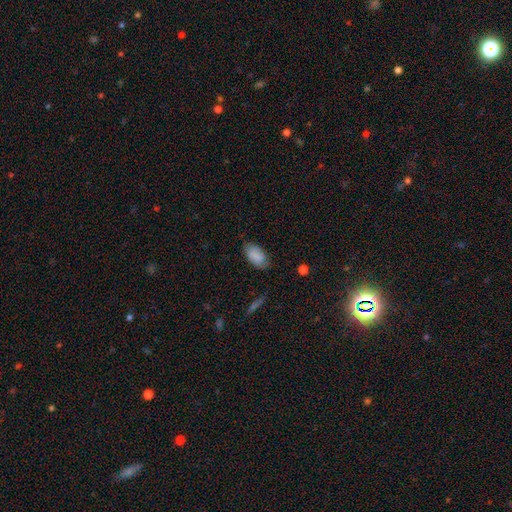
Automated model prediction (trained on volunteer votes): Smooth or featured: smooth — 86% (featured or disk — 7%)
How rounded: in between — 94% (round — 4%)
Merging: none — 75% (minor disturbance — 20%)